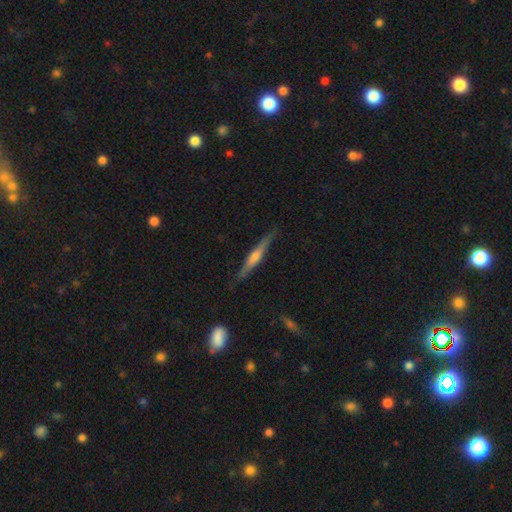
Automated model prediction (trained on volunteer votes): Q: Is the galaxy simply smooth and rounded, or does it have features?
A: featured or disk — 58%.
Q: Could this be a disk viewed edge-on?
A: yes — 97%.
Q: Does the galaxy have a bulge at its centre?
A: rounded — 61%.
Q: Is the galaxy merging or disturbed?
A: none — 85%.